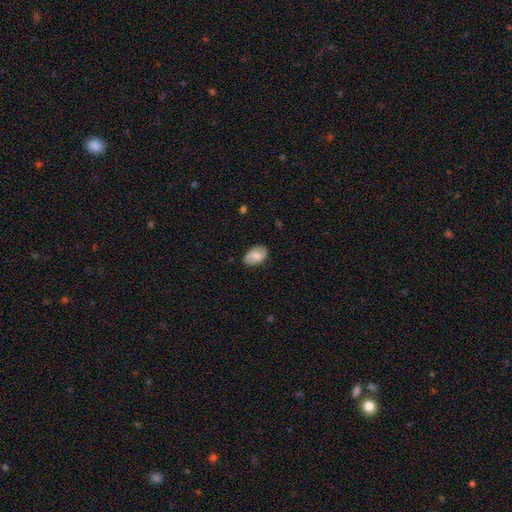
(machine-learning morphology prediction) A smooth galaxy with no disk features (73%) that is in between round and cigar-shaped (88%). Merging: none (77%).